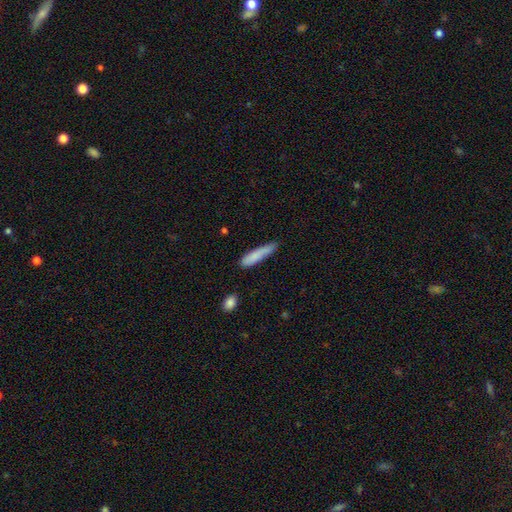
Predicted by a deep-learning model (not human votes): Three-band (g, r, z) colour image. It shows a smooth galaxy with no disk features (81%) that is cigar-shaped (87%). Merging: none (66%).